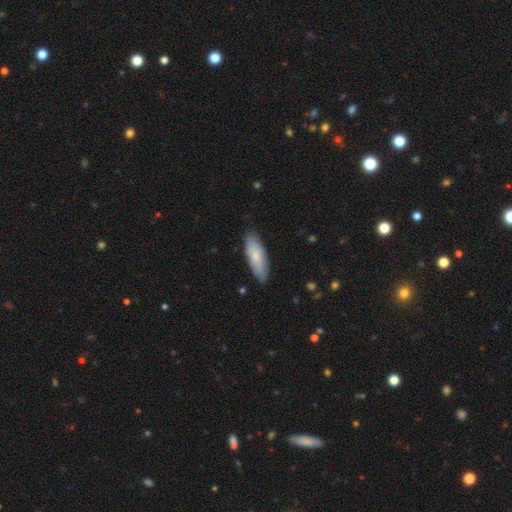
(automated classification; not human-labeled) Overall: smooth (72%). How rounded: in between (62%; cigar-shaped 36%). Merging: none (81%).